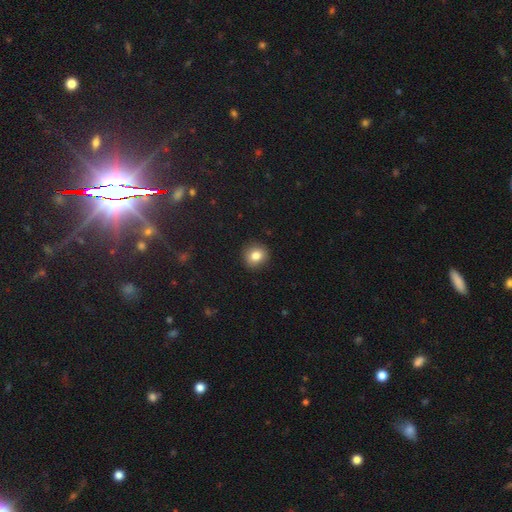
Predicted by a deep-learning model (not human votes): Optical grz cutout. It shows a smooth galaxy with no disk features (83%) that is round (84%). Merging: none (90%).